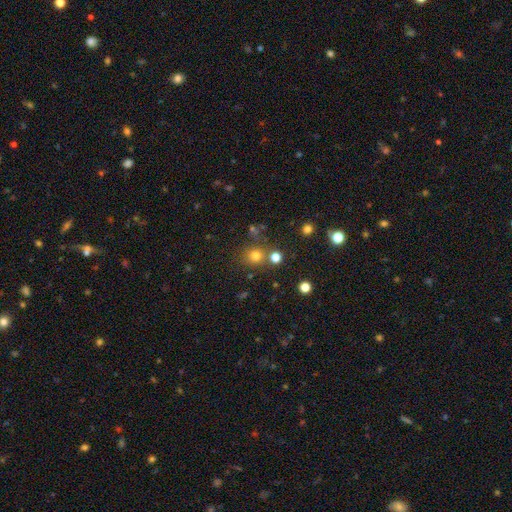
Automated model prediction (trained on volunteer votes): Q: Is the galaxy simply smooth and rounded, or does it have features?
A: smooth — 75%.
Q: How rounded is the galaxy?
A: round — 88%.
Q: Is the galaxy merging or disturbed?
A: none — 73%.